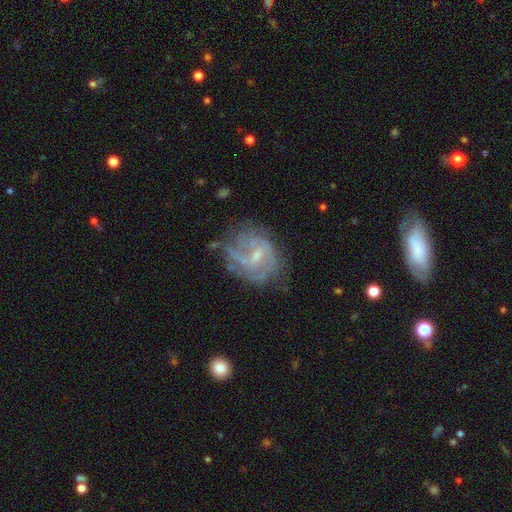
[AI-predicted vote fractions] Smooth or featured? featured or disk (76%)
Edge-on disk? no (97%)
Bar? weak (55%)
Spiral arms? yes (72%)
Spiral winding? medium (40%)
Spiral arm count? can't tell (44%)
Bulge size? small (48%)
Merging? none (53%)